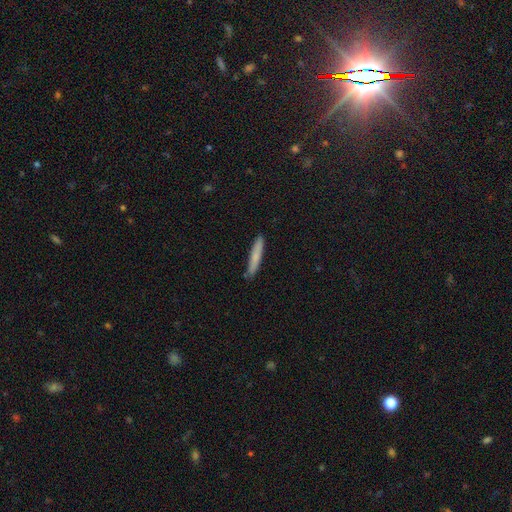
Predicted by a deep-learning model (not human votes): Smooth or featured? Predicted: smooth (p=0.77). How rounded? Predicted: cigar-shaped (p=0.94). Merging? Predicted: none (p=0.87).